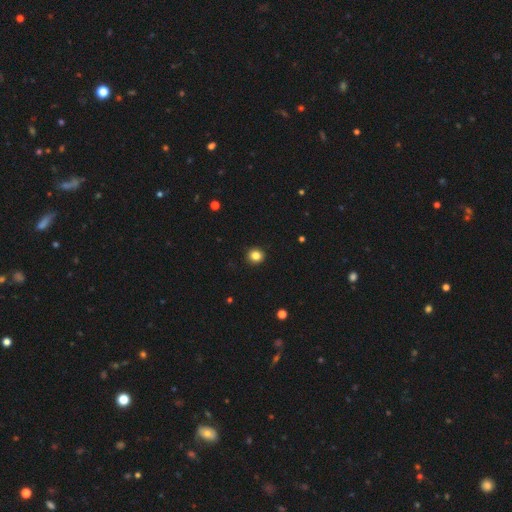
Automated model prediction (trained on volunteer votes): A smooth galaxy with no disk features (84%) that is round (92%). Merging: none (93%).